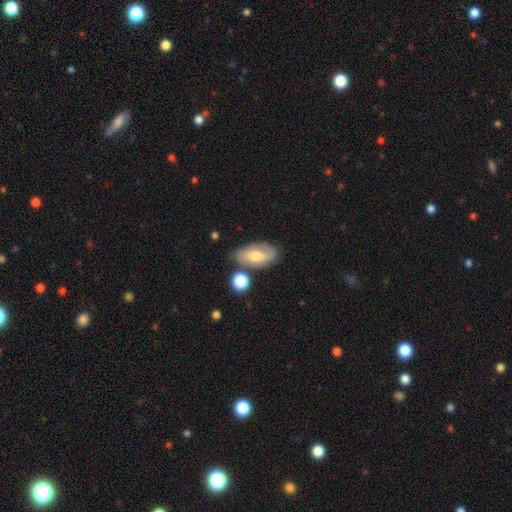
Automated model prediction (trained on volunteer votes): Q: Smooth or featured?
A: smooth (53%); runner-up: featured or disk (39%)
Q: How rounded?
A: in between (88%); runner-up: round (6%)
Q: Merging?
A: none (65%); runner-up: minor disturbance (21%)